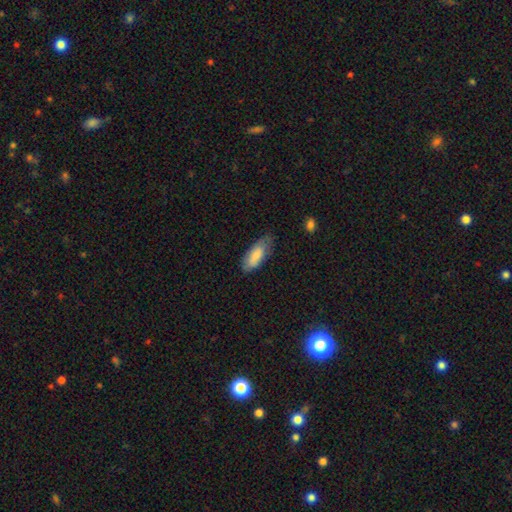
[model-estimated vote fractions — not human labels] Morphology: type=smooth (80%); roundness=in between (78%); merging=none (64%).